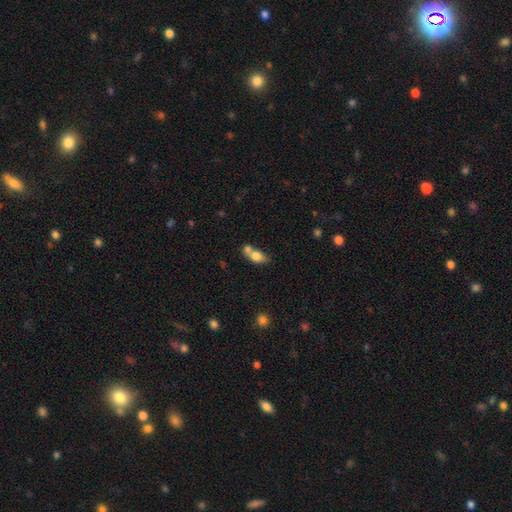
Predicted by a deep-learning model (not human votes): Smooth or featured? Predicted: smooth (p=0.74). How rounded? Predicted: in between (p=0.77). Merging? Predicted: merger (p=0.55).